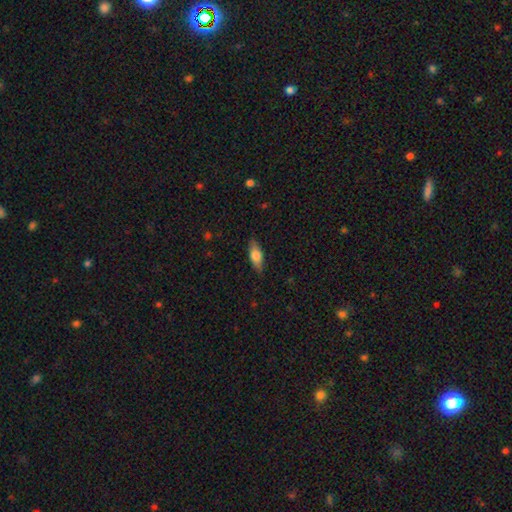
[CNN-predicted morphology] This is likely a smooth galaxy (69%). How rounded: likely in between (72%). Merging: clearly none (85%).